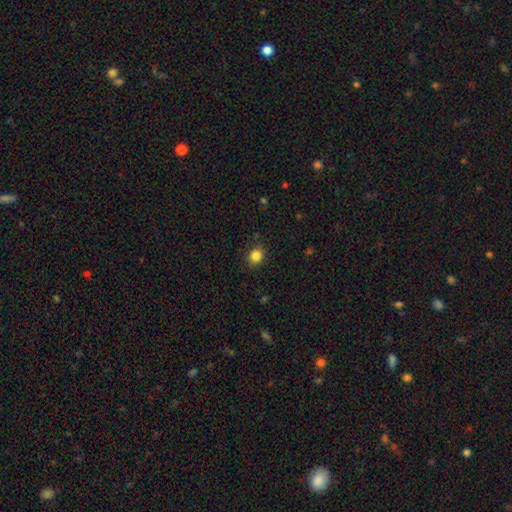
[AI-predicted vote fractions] smooth-or-featured: smooth: 85% | star or artifact: 11% | featured or disk: 4%
  how-rounded: round: 70% | in between: 29% | cigar-shaped: 1%
  merging: none: 88% | minor disturbance: 9% | major disturbance: 2% | merger: 1%